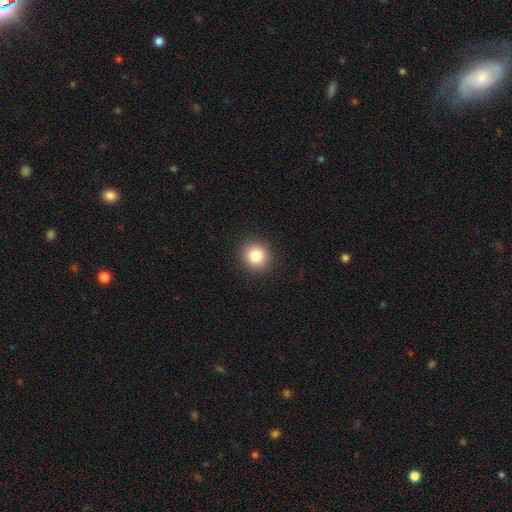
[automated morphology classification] This is clearly a smooth galaxy (85%). How rounded: clearly round (88%). Merging: clearly none (91%).